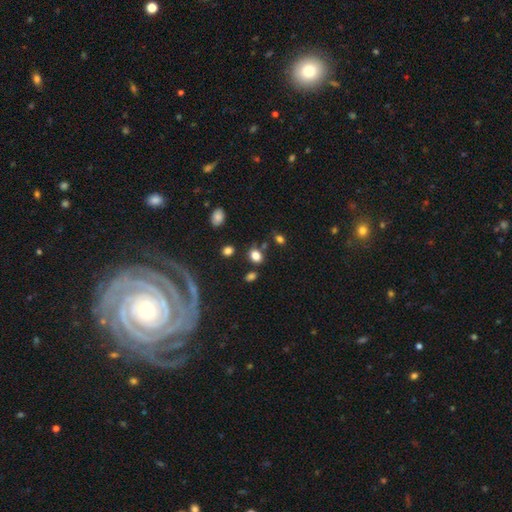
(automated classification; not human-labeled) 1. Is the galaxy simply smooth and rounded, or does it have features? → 80% smooth, 13% star or artifact, 7% featured or disk.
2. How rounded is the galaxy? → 56% in between, 43% round, 2% cigar-shaped.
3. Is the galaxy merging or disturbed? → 74% none, 12% minor disturbance, 9% merger, 5% major disturbance.